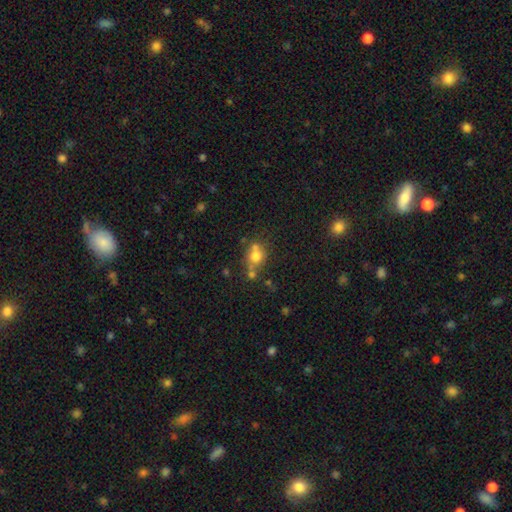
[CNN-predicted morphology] Smooth or featured: smooth — 68% (featured or disk — 18%)
How rounded: round — 69% (in between — 30%)
Merging: none — 47% (merger — 31%)